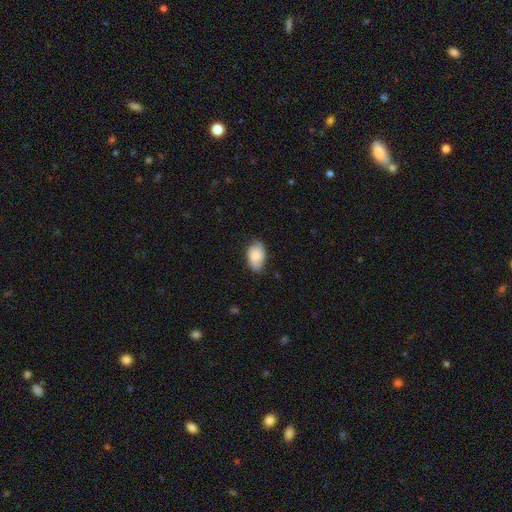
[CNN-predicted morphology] A smooth galaxy with no disk features (76%) that is in between round and cigar-shaped (91%). Merging: none (70%).